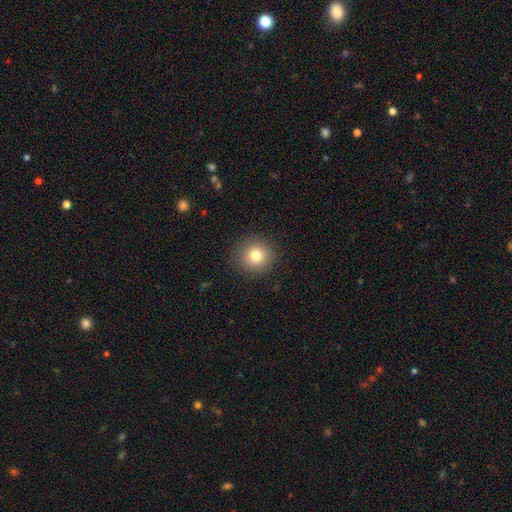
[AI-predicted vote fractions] smooth 80%, star or artifact 12%, featured or disk 9%. Down the decision tree: how rounded — round (93%); merging — none (90%).